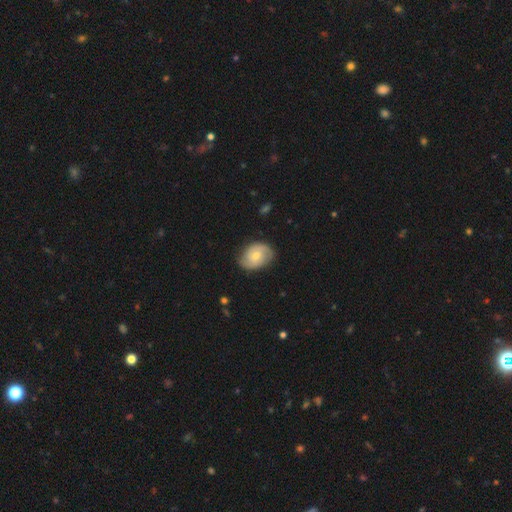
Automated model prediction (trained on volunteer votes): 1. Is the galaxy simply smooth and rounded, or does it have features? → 64% featured or disk, 30% smooth, 6% star or artifact.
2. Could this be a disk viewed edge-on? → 97% no, 3% yes.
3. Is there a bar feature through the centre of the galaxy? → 62% no, 34% weak, 5% strong.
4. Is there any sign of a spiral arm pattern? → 90% yes, 10% no.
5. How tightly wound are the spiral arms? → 46% tight, 40% medium, 14% loose.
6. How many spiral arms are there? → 77% 2, 13% can't tell, 4% 3, 3% 1, 1% 4, 1% more than 4.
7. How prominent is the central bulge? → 54% moderate, 41% small, 2% large, 2% none, 1% dominant.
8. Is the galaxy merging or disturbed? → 77% none, 18% minor disturbance, 4% major disturbance, 1% merger.